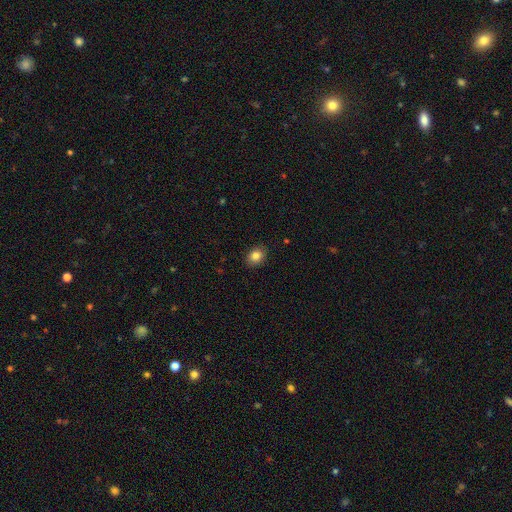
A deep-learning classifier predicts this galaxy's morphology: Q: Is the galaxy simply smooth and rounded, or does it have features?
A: smooth — 84%.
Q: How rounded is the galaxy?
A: in between — 50%, tied with round.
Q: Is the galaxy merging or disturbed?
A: none — 89%.